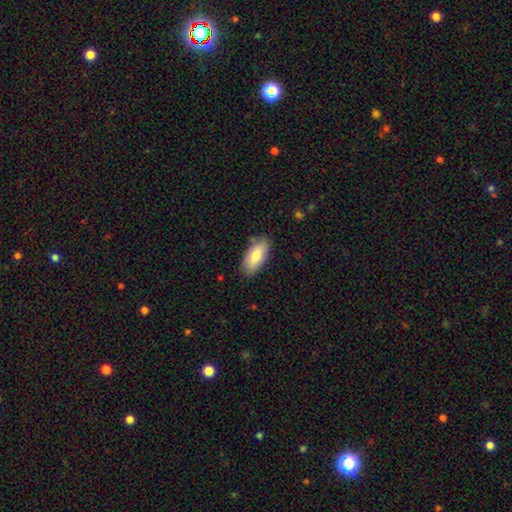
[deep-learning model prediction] A smooth galaxy with no disk features (80%) that is in between round and cigar-shaped (88%). Merging: none (83%).